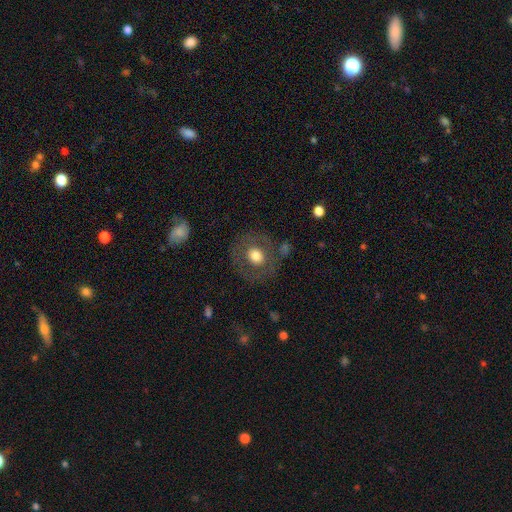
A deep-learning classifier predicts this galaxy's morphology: Overall: smooth (60%; featured or disk 31%). How rounded: round (84%). Merging: none (80%).